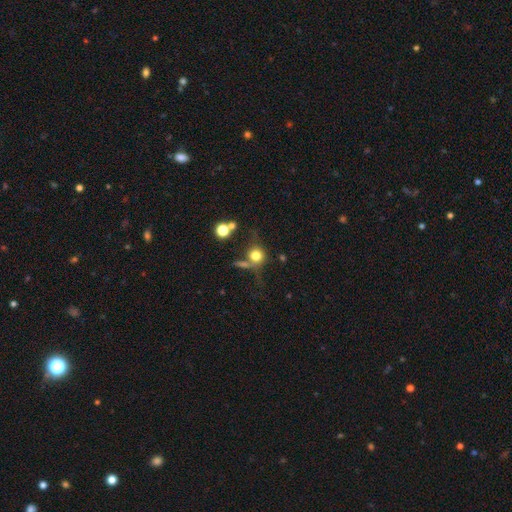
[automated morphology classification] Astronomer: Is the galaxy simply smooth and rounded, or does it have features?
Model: smooth — 72%.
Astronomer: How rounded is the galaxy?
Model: round — 87%.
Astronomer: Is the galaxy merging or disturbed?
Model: none — 55%.